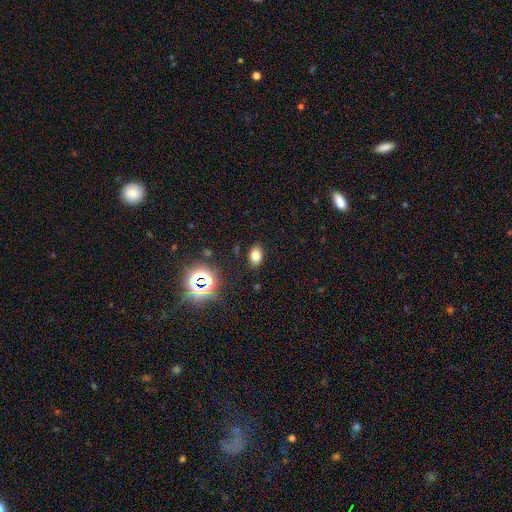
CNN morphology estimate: This appears to be a smooth galaxy with no disk features (73%) that is in between round and cigar-shaped (83%). Merging: none (86%).